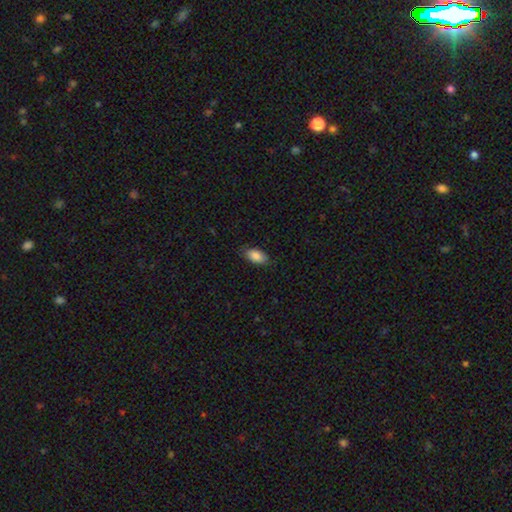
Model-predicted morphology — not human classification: type=smooth (87%); roundness=in between (92%); merging=none (80%).